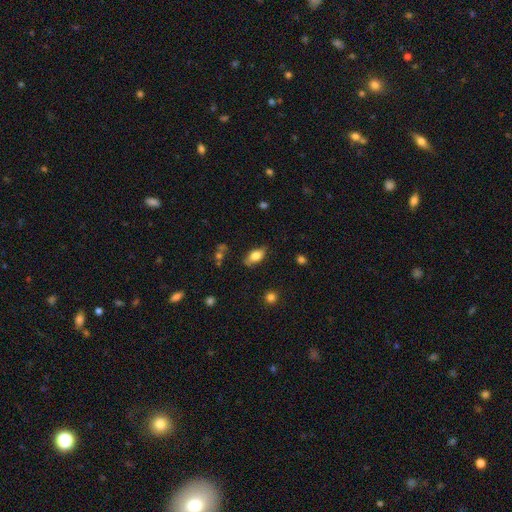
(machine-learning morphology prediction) A smooth galaxy with no disk features (72%) that is in between round and cigar-shaped (86%). Merging: none (77%).